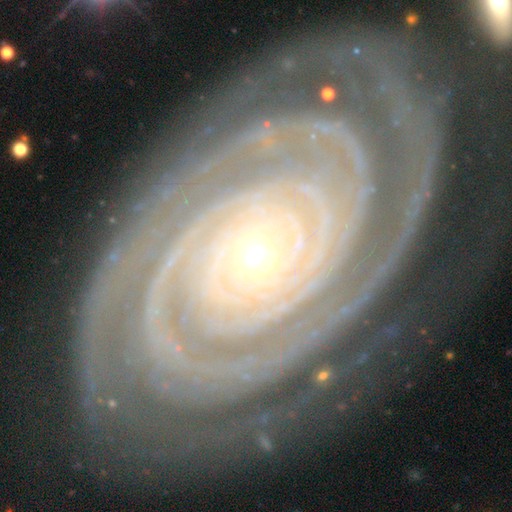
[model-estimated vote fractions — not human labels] smooth-or-featured: featured or disk: 93% | star or artifact: 4% | smooth: 3%
  disk-edge-on: no: 97% | yes: 3%
    bar: no: 82% | strong: 10% | weak: 8%
    has-spiral-arms: yes: 99% | no: 1%
      spiral-winding: tight: 92% | medium: 6% | loose: 1%
      spiral-arm-count: 2: 46% | 3: 15% | 4: 12% | can't tell: 10% | more than 4: 10% | 1: 7%
    bulge-size: small: 86% | moderate: 11% | large: 1% | none: 1% | dominant: 1%
  merging: none: 81% | minor disturbance: 13% | major disturbance: 4% | merger: 2%